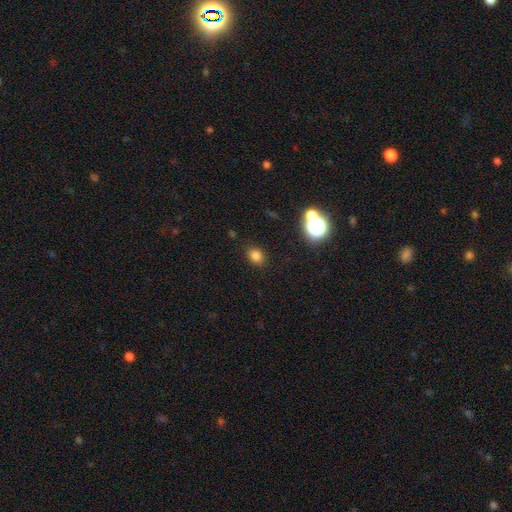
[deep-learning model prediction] smooth 78%, star or artifact 16%, featured or disk 6%. Down the decision tree: how rounded — in between (56%); merging — none (87%).